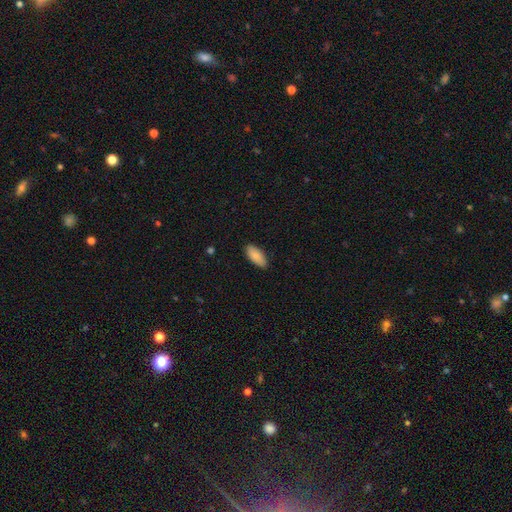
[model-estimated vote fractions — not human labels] This is clearly a smooth galaxy (87%). How rounded: clearly in between (84%). Merging: clearly none (86%).